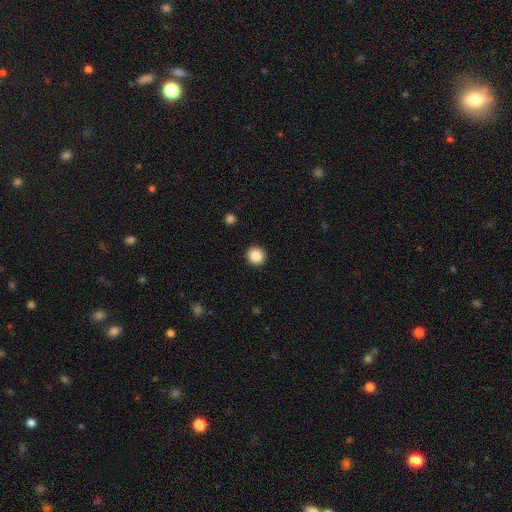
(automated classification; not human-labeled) This is clearly a smooth galaxy (87%). How rounded: clearly round (93%). Merging: clearly none (93%).